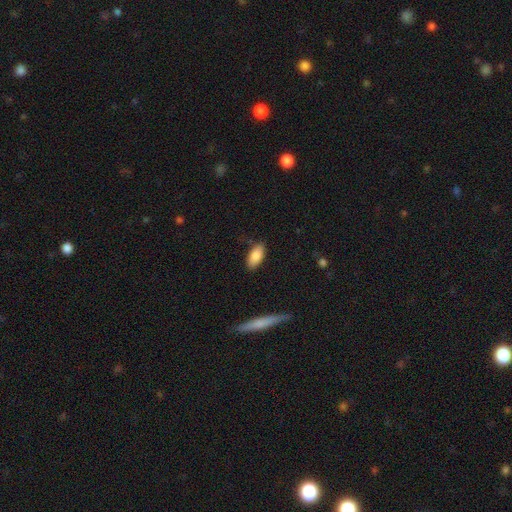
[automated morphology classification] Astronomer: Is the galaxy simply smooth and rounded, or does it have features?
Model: smooth — 86%.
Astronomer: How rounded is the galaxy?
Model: in between — 89%.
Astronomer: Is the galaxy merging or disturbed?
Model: none — 83%.